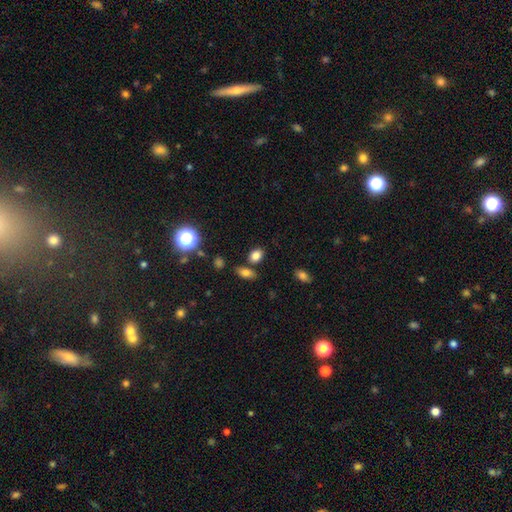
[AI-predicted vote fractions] This appears to be a smooth galaxy with no disk features (81%) that is in between round and cigar-shaped (66%). Merging: none (73%).